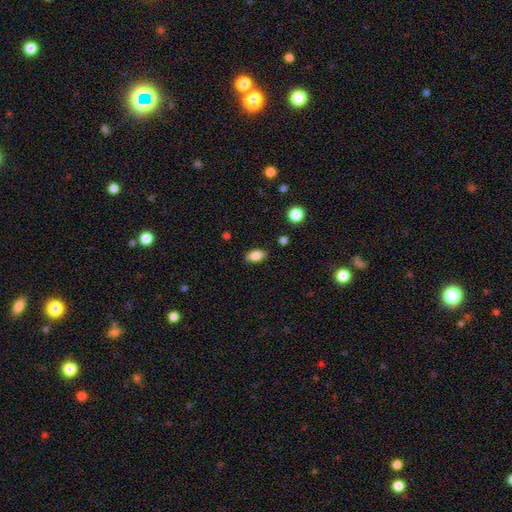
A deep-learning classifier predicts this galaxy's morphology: smooth-or-featured: smooth: 85% | star or artifact: 8% | featured or disk: 7%
  how-rounded: in between: 89% | round: 5% | cigar-shaped: 5%
  merging: none: 87% | minor disturbance: 9% | major disturbance: 2% | merger: 2%